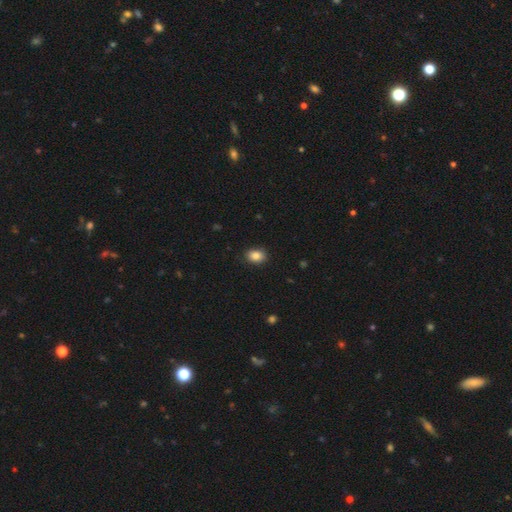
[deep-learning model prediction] This is clearly a smooth galaxy (87%). How rounded: likely in between (76%). Merging: clearly none (88%).